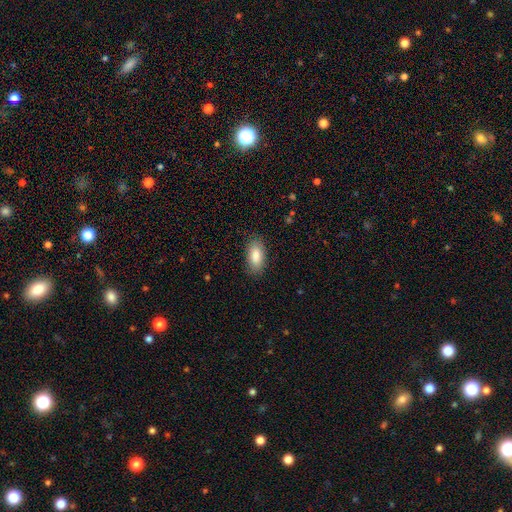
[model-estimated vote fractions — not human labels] smooth 85%, featured or disk 9%, star or artifact 6%. Down the decision tree: how rounded — in between (92%); merging — none (86%).